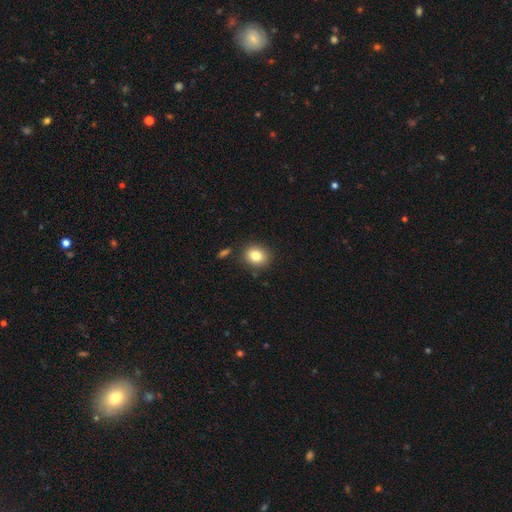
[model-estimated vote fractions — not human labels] Overall: smooth (83%). How rounded: round (66%; in between 33%). Merging: none (87%).